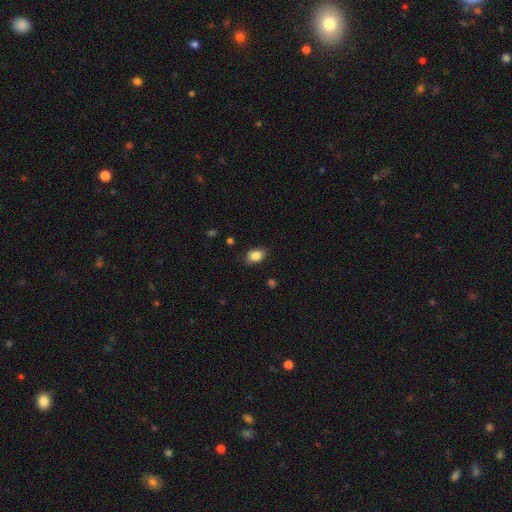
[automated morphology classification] This appears to be a smooth galaxy with no disk features (85%) that is in between round and cigar-shaped (81%). Merging: none (81%).